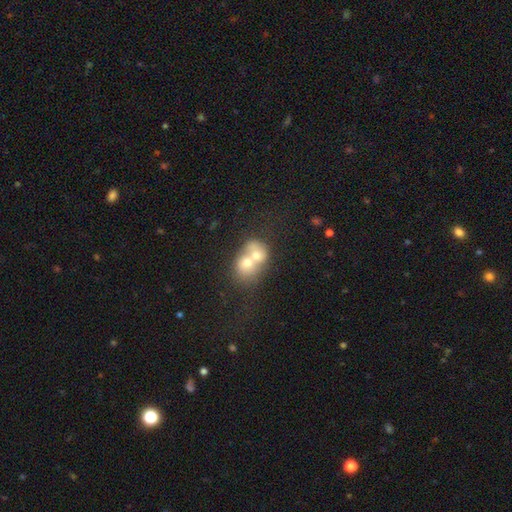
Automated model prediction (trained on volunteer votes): Smooth or featured? smooth (60%)
How rounded? round (56%)
Merging? merger (79%)